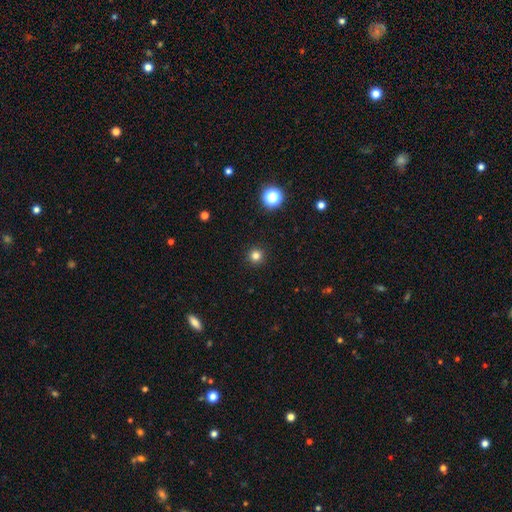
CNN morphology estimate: A smooth galaxy with no disk features (81%) that is round (96%). Merging: none (93%).